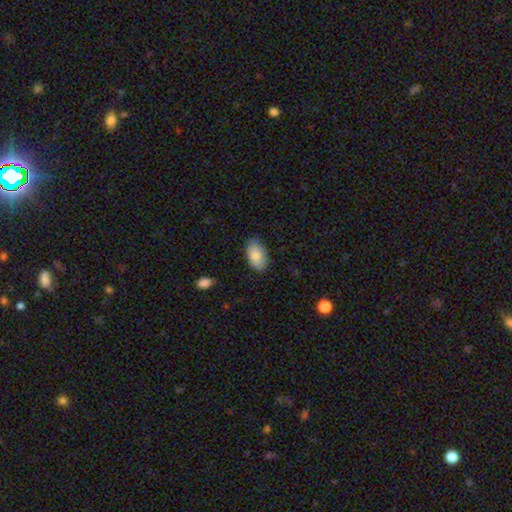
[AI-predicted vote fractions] Smooth or featured? Predicted: smooth (p=0.82). How rounded? Predicted: in between (p=0.94). Merging? Predicted: none (p=0.79).